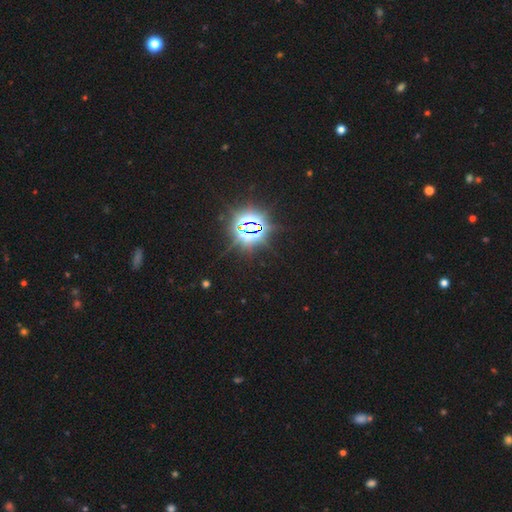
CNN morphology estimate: Smooth or featured? Predicted: star or artifact (p=0.86).